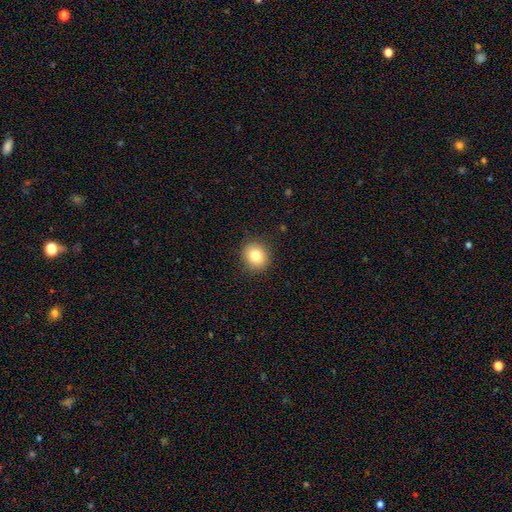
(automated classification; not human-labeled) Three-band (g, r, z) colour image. It shows a smooth galaxy with no disk features (81%) that is round (83%). Merging: none (90%).